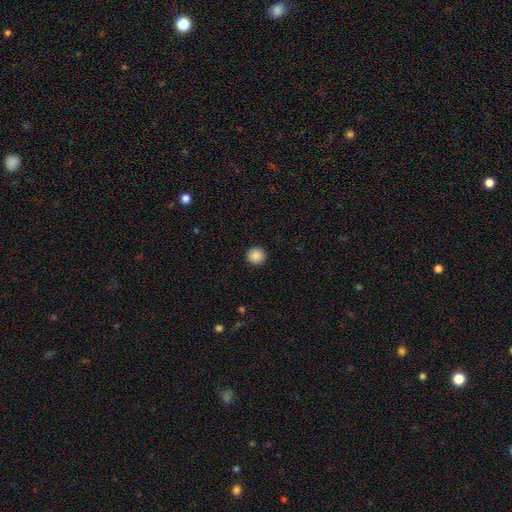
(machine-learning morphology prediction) smooth-or-featured: smooth: 89% | star or artifact: 9% | featured or disk: 2%
  how-rounded: round: 93% | in between: 6% | cigar-shaped: 1%
  merging: none: 93% | minor disturbance: 5% | major disturbance: 2% | merger: 1%